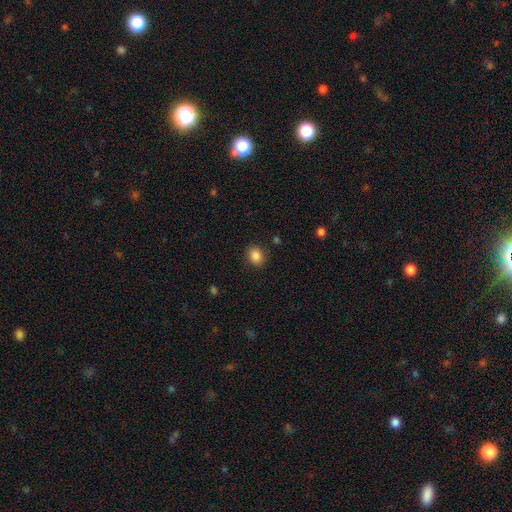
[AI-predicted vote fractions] smooth-or-featured: smooth: 87% | star or artifact: 10% | featured or disk: 4%
  how-rounded: round: 53% | in between: 46% | cigar-shaped: 1%
  merging: none: 86% | minor disturbance: 9% | major disturbance: 3% | merger: 2%